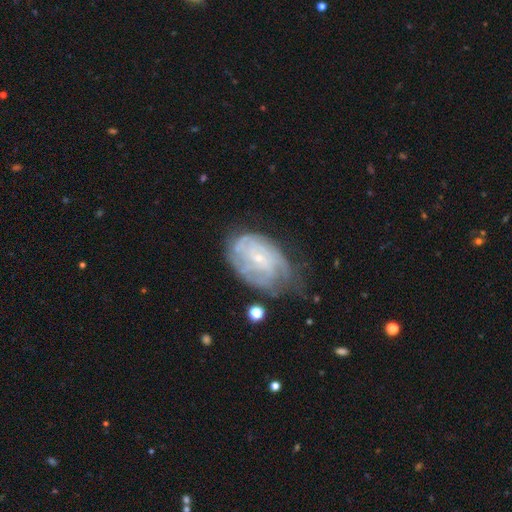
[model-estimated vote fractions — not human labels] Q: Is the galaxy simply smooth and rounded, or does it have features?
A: featured or disk — 73%.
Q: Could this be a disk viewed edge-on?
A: no — 96%.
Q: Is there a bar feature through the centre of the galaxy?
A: no — 65%.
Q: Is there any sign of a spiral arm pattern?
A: yes — 86%.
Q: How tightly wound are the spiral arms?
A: tight — 65%.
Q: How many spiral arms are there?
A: can't tell — 49%.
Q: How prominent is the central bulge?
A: small — 77%.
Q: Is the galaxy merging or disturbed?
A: none — 53%.